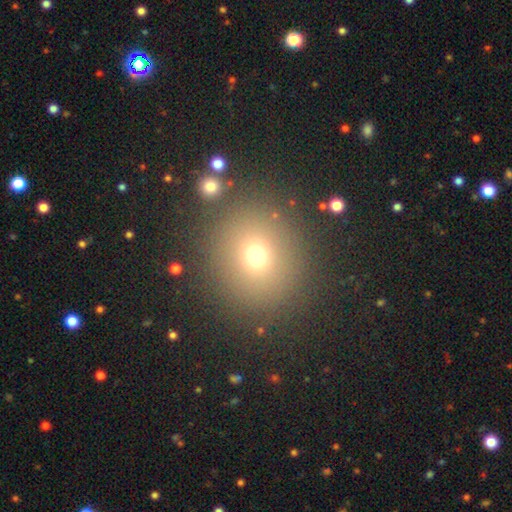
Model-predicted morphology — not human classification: Smooth or featured? Predicted: smooth (p=0.68). How rounded? Predicted: round (p=0.88). Merging? Predicted: none (p=0.86).